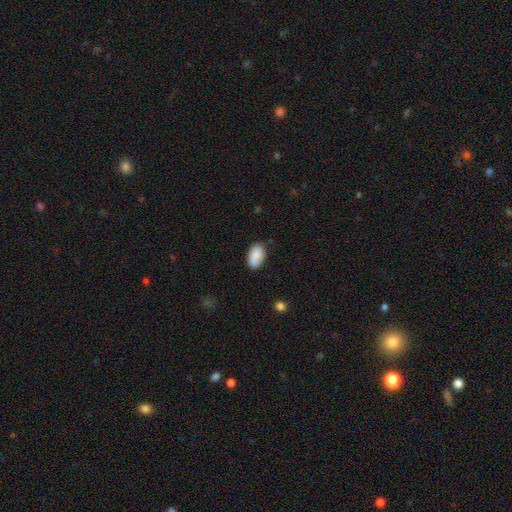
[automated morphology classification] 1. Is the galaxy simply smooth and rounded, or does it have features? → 88% smooth, 7% star or artifact, 6% featured or disk.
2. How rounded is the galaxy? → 92% in between, 6% round, 1% cigar-shaped.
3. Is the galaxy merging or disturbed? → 80% none, 15% minor disturbance, 3% major disturbance, 2% merger.